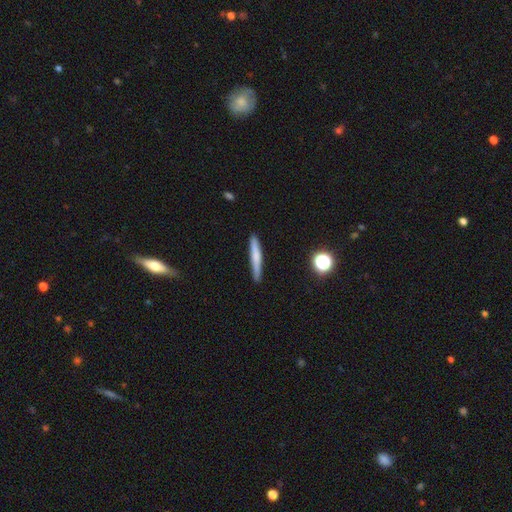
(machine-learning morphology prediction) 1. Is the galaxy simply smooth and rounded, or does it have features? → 62% smooth, 30% featured or disk, 7% star or artifact.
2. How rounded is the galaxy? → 95% cigar-shaped, 4% in between, 2% round.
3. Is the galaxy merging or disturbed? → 89% none, 8% minor disturbance, 2% major disturbance, 1% merger.